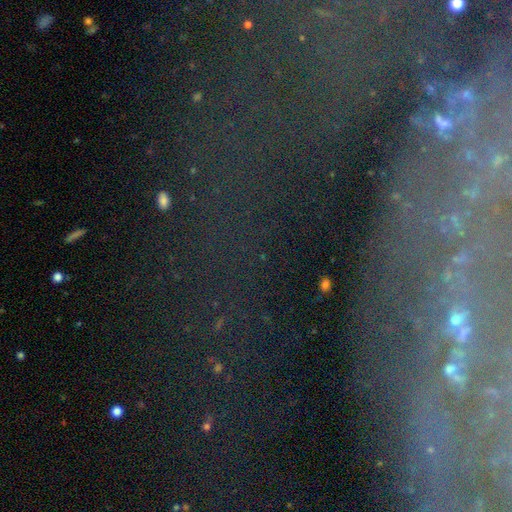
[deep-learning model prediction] Smooth or featured? Predicted: star or artifact (p=0.44).